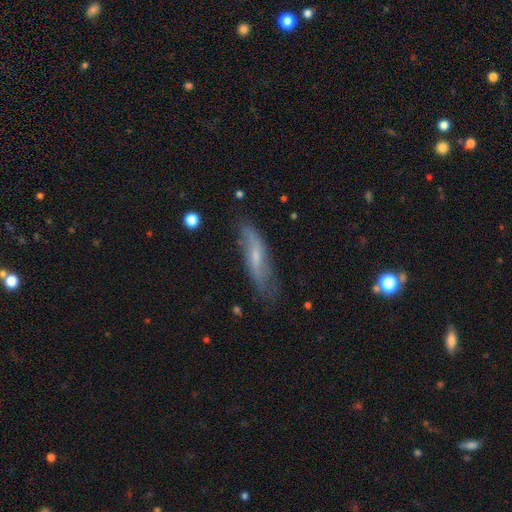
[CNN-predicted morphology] The model was most divided on "smooth or featured": featured or disk: 47%, smooth: 45%, star or artifact: 8%. More confident: merging — none (70%).